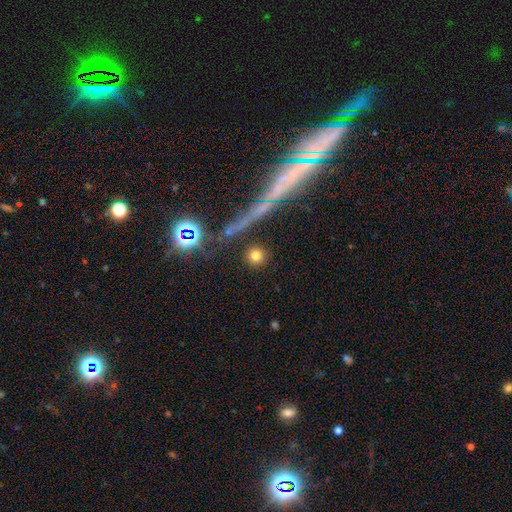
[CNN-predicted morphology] smooth_or_featured: smooth (p=0.76) [alt: star or artifact p=0.15]
how_rounded: round (p=0.93) [alt: in between p=0.05]
merging: none (p=0.88) [alt: minor disturbance p=0.06]